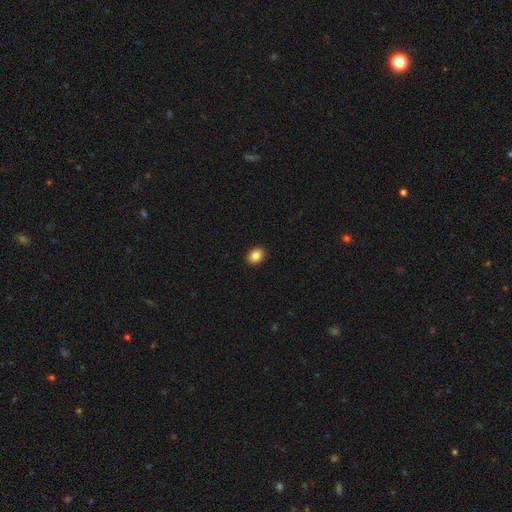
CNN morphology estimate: This is clearly a smooth galaxy (86%). How rounded: likely in between (64%). Merging: clearly none (91%).